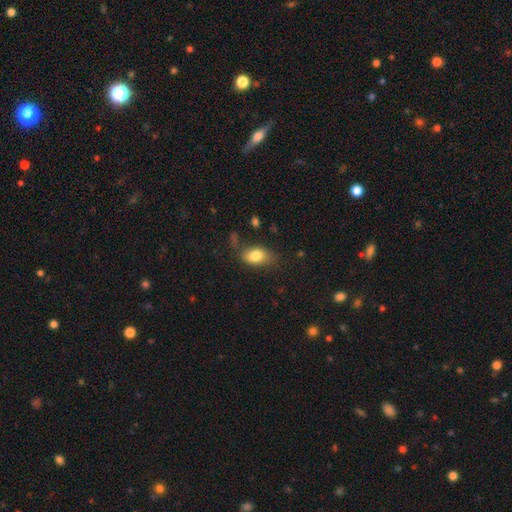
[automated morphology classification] Smooth or featured?
  - smooth: 79% *
  - featured or disk: 13%
  - star or artifact: 8%
How rounded?
  - in between: 88% *
  - round: 9%
  - cigar-shaped: 3%
Merging?
  - none: 64% *
  - minor disturbance: 24%
  - major disturbance: 9%
  - merger: 4%